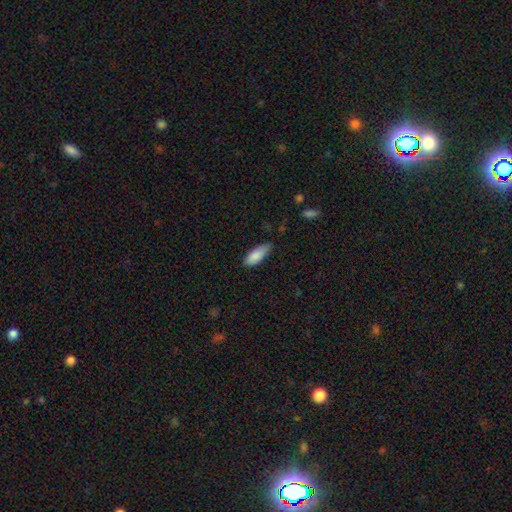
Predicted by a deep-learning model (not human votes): Smooth or featured? smooth (87%)
How rounded? in between (78%)
Merging? none (68%)